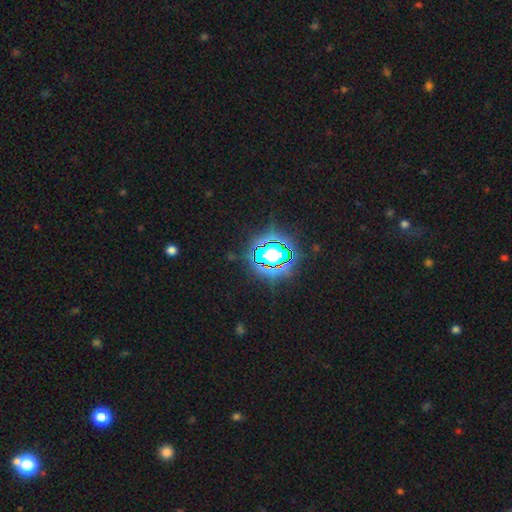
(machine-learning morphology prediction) Smooth or featured: star or artifact — 75% (smooth — 16%)